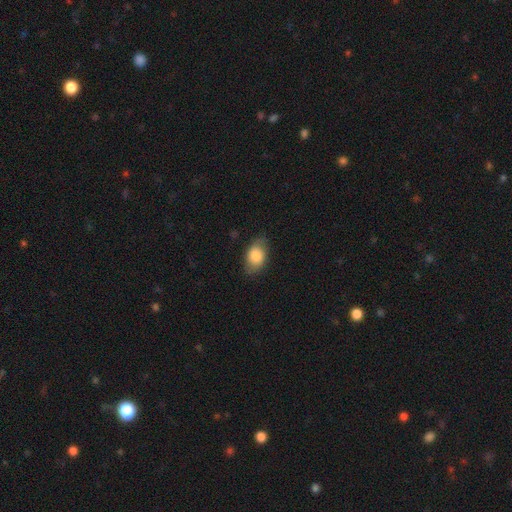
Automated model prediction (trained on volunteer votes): smooth-or-featured: smooth: 80% | featured or disk: 13% | star or artifact: 7%
  how-rounded: in between: 88% | round: 11% | cigar-shaped: 2%
  merging: none: 76% | minor disturbance: 18% | major disturbance: 5% | merger: 1%